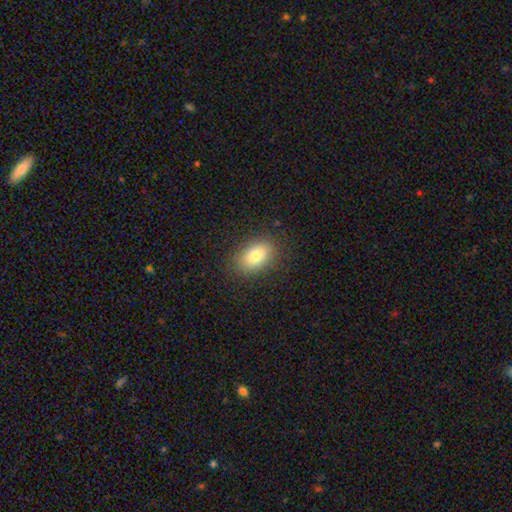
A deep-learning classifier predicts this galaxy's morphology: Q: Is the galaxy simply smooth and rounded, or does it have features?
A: smooth — 81%.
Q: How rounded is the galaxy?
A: in between — 87%.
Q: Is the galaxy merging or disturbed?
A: none — 86%.